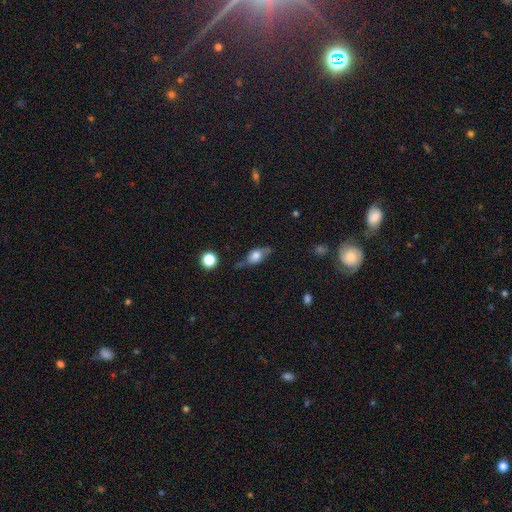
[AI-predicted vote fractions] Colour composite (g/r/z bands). It shows a smooth galaxy with no disk features (56%) that is in between round and cigar-shaped (69%). Merging: none (58%).